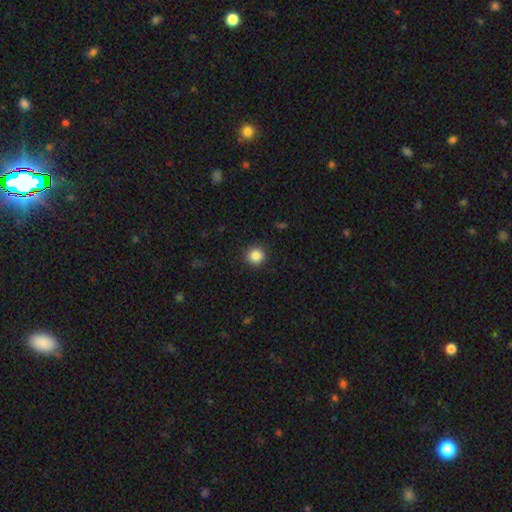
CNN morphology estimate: smooth 86%, star or artifact 10%, featured or disk 4%. Down the decision tree: how rounded — round (93%); merging — none (92%).